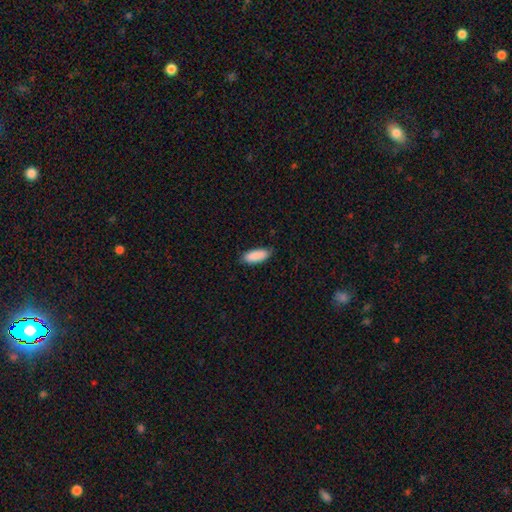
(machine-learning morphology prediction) Q: Smooth or featured?
A: smooth (90%); runner-up: star or artifact (6%)
Q: How rounded?
A: in between (75%); runner-up: cigar-shaped (23%)
Q: Merging?
A: none (84%); runner-up: minor disturbance (13%)